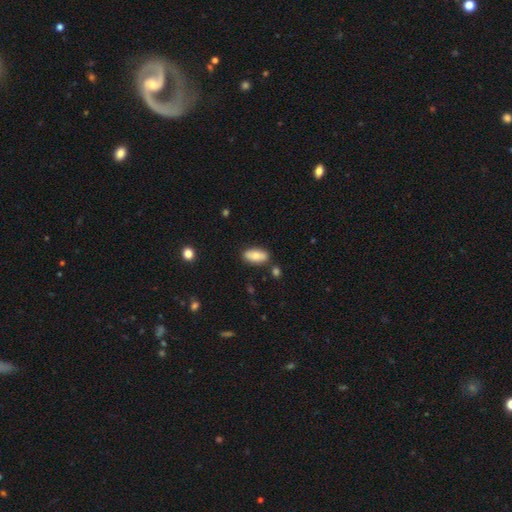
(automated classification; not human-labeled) The model was most divided on "smooth or featured": smooth: 75%, featured or disk: 18%, star or artifact: 7%. More confident: how rounded — in between (88%); merging — none (82%).